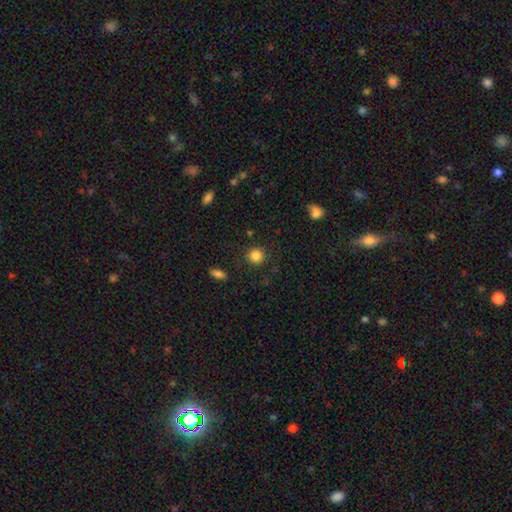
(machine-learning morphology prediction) A smooth galaxy with no disk features (85%) that is round (92%).

Vote fractions:
- Smooth or featured? smooth: 85% / star or artifact: 11% / featured or disk: 4%
- How rounded? round: 92% / in between: 7% / cigar-shaped: 1%
- Merging? none: 89% / minor disturbance: 7% / major disturbance: 3% / merger: 2%